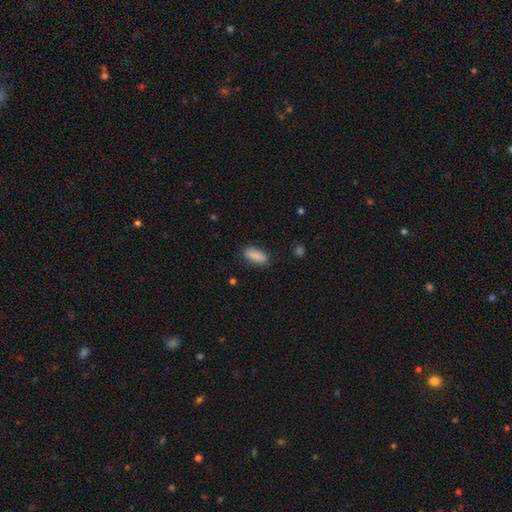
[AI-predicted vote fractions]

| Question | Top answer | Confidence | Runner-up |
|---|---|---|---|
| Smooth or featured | smooth | 89% | star or artifact (7%) |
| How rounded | in between | 76% | cigar-shaped (22%) |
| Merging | none | 85% | minor disturbance (11%) |